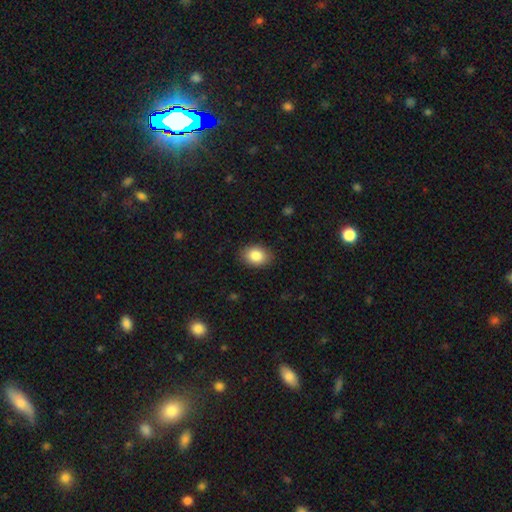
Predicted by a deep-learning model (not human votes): This is clearly a smooth galaxy (86%). How rounded: likely in between (67%). Merging: clearly none (87%).